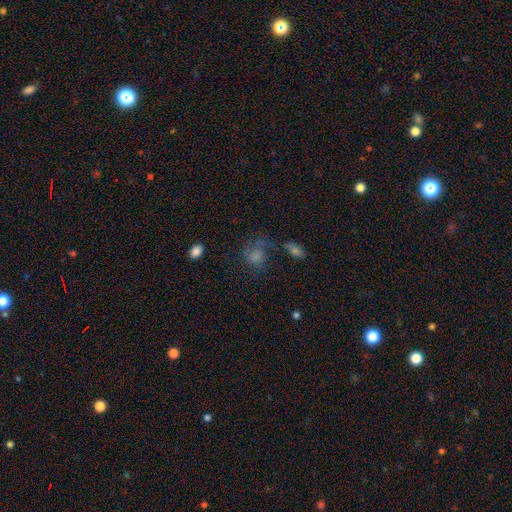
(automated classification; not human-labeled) A smooth galaxy with no disk features (47%). Merging: none (41%).